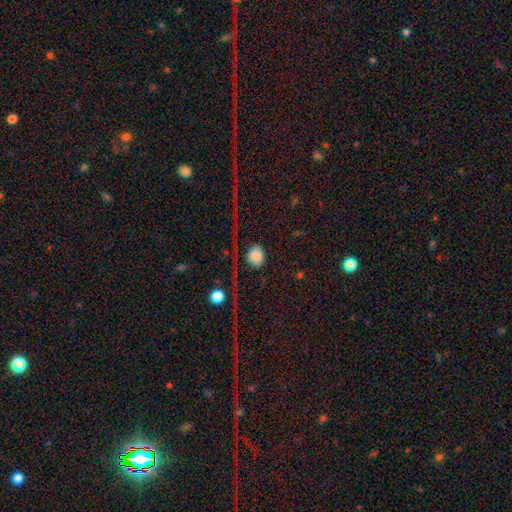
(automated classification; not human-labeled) This appears to be a smooth galaxy with no disk features (68%) that is round (62%). Merging: none (70%).